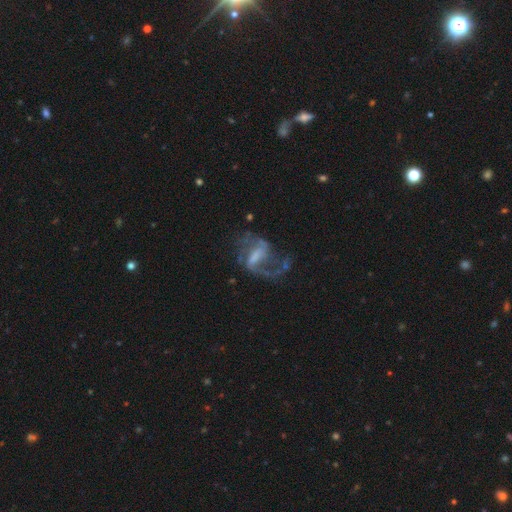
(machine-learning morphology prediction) smooth-or-featured: featured or disk: 84% | smooth: 9% | star or artifact: 8%
  disk-edge-on: no: 97% | yes: 3%
    bar: weak: 49% | strong: 35% | no: 16%
    has-spiral-arms: yes: 93% | no: 7%
      spiral-winding: loose: 51% | medium: 40% | tight: 9%
      spiral-arm-count: 2: 73% | 1: 15% | can't tell: 6% | 3: 3% | 4: 1% | more than 4: 1%
    bulge-size: none: 31% | small: 30% | moderate: 29% | large: 9% | dominant: 2%
  merging: none: 50% | major disturbance: 29% | minor disturbance: 16% | merger: 4%